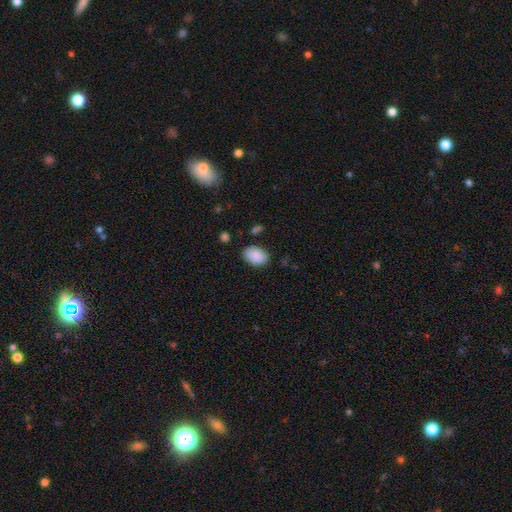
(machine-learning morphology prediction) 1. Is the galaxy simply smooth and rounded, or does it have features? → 89% smooth, 7% star or artifact, 4% featured or disk.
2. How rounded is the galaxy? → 85% in between, 14% round, 1% cigar-shaped.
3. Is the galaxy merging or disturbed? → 80% none, 14% minor disturbance, 3% major disturbance, 2% merger.